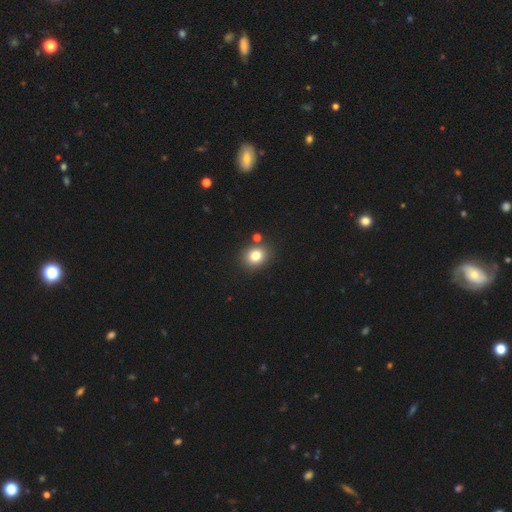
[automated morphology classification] Smooth or featured?
  - smooth: 80% *
  - star or artifact: 12%
  - featured or disk: 8%
How rounded?
  - round: 65% *
  - in between: 35%
  - cigar-shaped: 1%
Merging?
  - none: 81% *
  - minor disturbance: 9%
  - merger: 8%
  - major disturbance: 3%